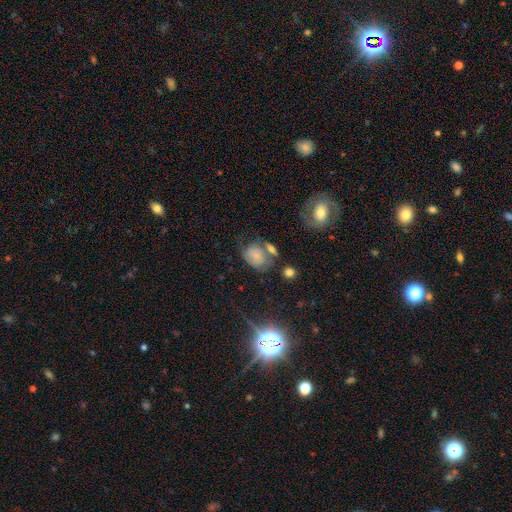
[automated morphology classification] A smooth galaxy with no disk features (60%) that is in between round and cigar-shaped (61%). Merging: none (38%).